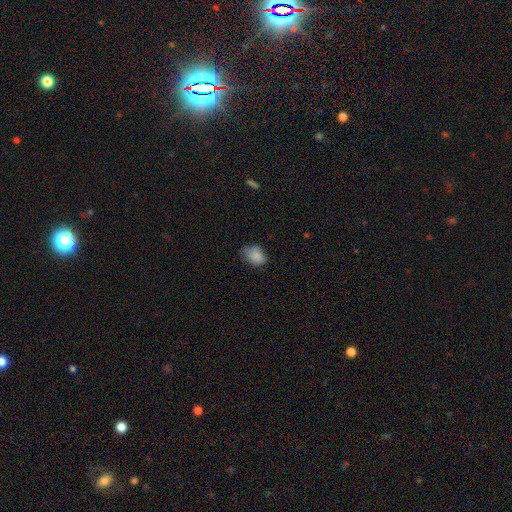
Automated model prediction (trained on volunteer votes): The model was most divided on "merging": none: 61%, minor disturbance: 30%, major disturbance: 7%, merger: 1%. More confident: smooth or featured — smooth (85%); how rounded — in between (73%).